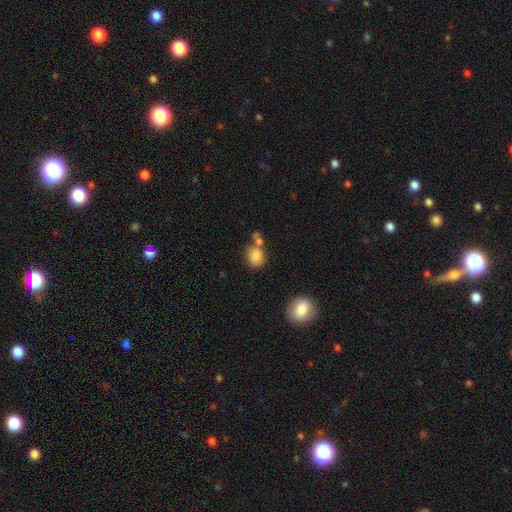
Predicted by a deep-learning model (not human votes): Morphology: type=smooth (84%); roundness=round (58%); merging=none (58%).